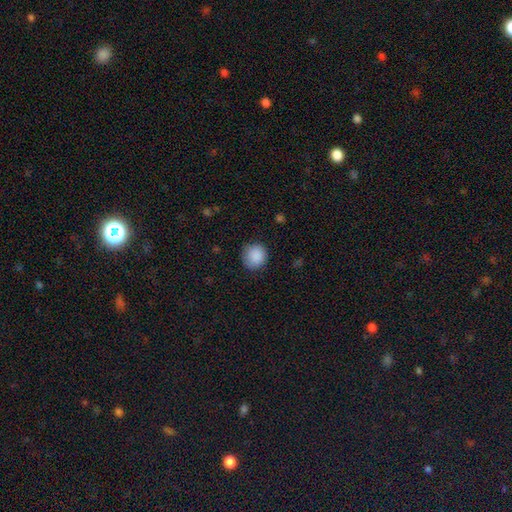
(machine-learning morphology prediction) smooth 88%, star or artifact 8%, featured or disk 4%. Down the decision tree: how rounded — round (85%); merging — none (80%).